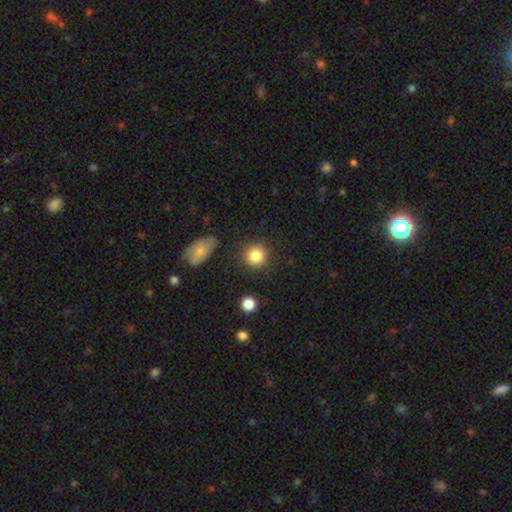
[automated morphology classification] Smooth or featured: smooth — 85% (star or artifact — 9%)
How rounded: round — 90% (in between — 9%)
Merging: none — 85% (minor disturbance — 9%)